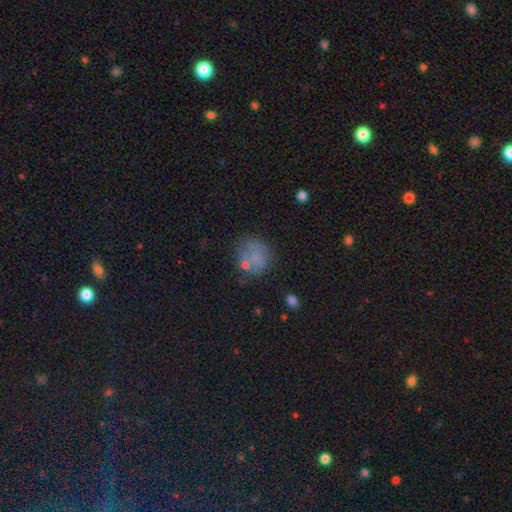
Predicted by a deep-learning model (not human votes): Q: Smooth or featured?
A: smooth (67%); runner-up: featured or disk (20%)
Q: How rounded?
A: round (82%); runner-up: in between (17%)
Q: Merging?
A: none (56%); runner-up: minor disturbance (21%)